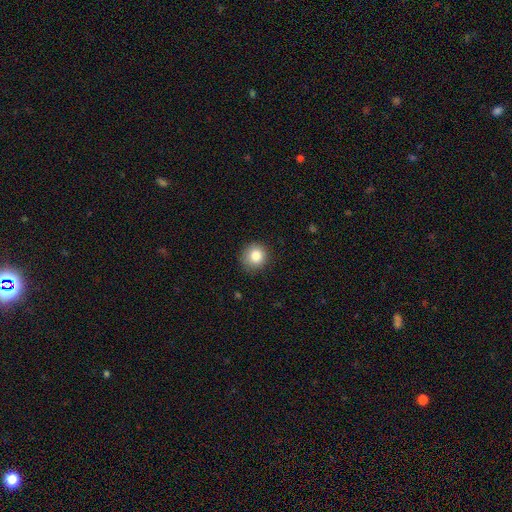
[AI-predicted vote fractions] This is clearly a smooth galaxy (84%). How rounded: clearly round (91%). Merging: clearly none (86%).